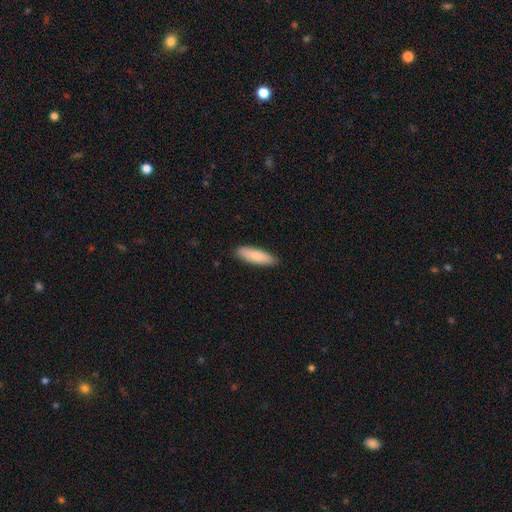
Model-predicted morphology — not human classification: smooth 84%, featured or disk 10%, star or artifact 5%. Down the decision tree: how rounded — cigar-shaped (54%); merging — none (88%).